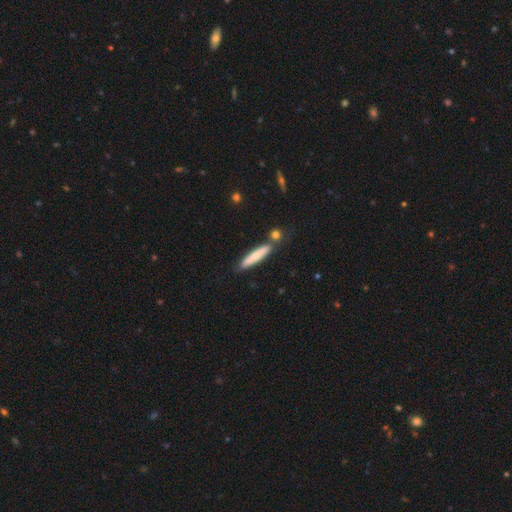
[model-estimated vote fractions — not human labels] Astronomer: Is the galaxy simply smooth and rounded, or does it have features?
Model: smooth — 65%.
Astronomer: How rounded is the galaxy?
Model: cigar-shaped — 86%.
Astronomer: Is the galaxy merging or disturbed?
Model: none — 71%.